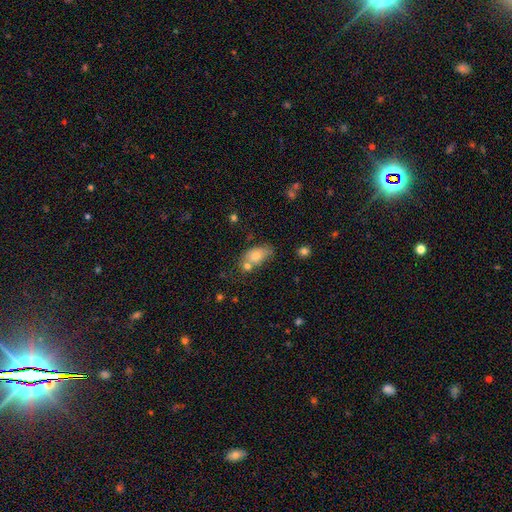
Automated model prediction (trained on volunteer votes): The model was most divided on "merging": none: 48%, merger: 25%, minor disturbance: 20%, major disturbance: 7%. More confident: how rounded — in between (84%); smooth or featured — smooth (73%).